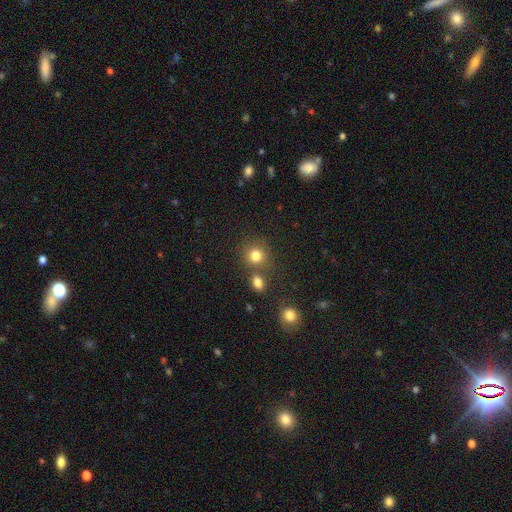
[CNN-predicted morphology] Smooth or featured? Predicted: smooth (p=0.80). How rounded? Predicted: round (p=0.86). Merging? Predicted: none (p=0.70).